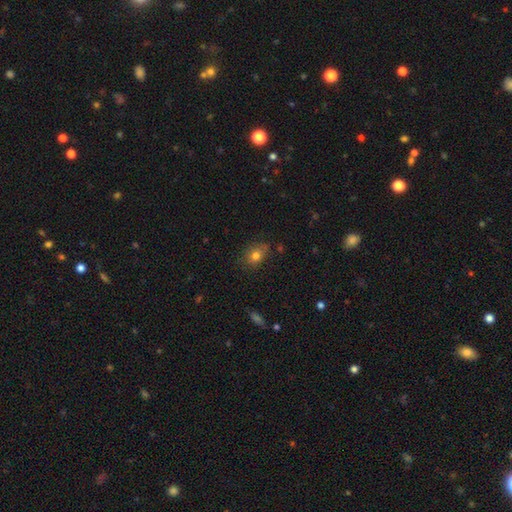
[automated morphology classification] The model was most divided on "how rounded": in between: 55%, round: 43%, cigar-shaped: 1%. More confident: smooth or featured — smooth (78%); merging — none (72%).